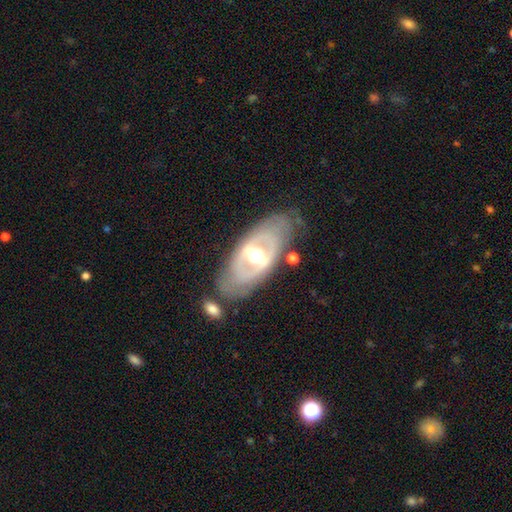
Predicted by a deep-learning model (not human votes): featured or disk 77%, smooth 18%, star or artifact 5%. Down the decision tree: edge-on disk — no (87%); bar — strong (51%); spiral arms — no (63%); bulge size — moderate (72%); merging — none (73%).